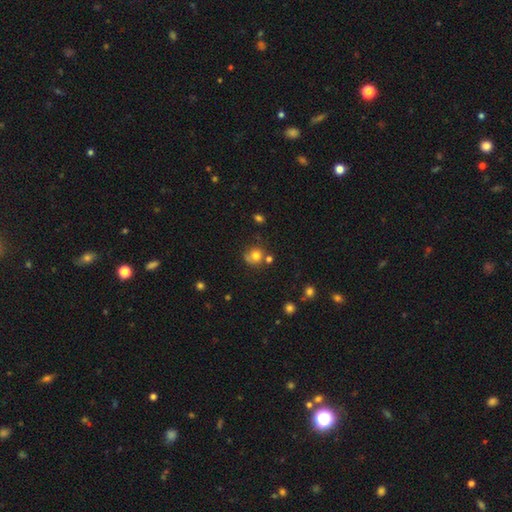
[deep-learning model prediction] A smooth galaxy with no disk features (74%) that is round (83%). Merging: none (56%).